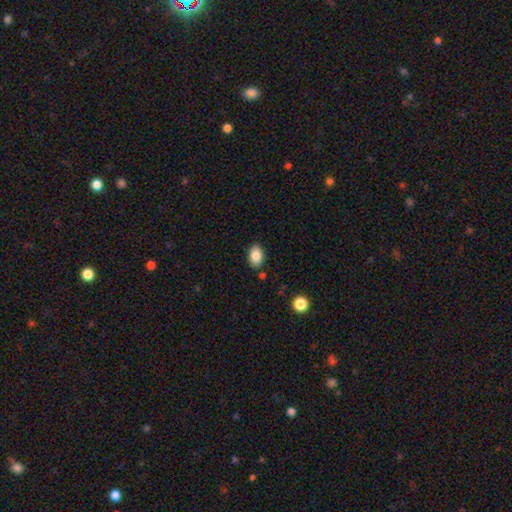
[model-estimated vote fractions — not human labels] The model was most divided on "how rounded": in between: 85%, round: 14%, cigar-shaped: 1%. More confident: smooth or featured — smooth (86%); merging — none (84%).